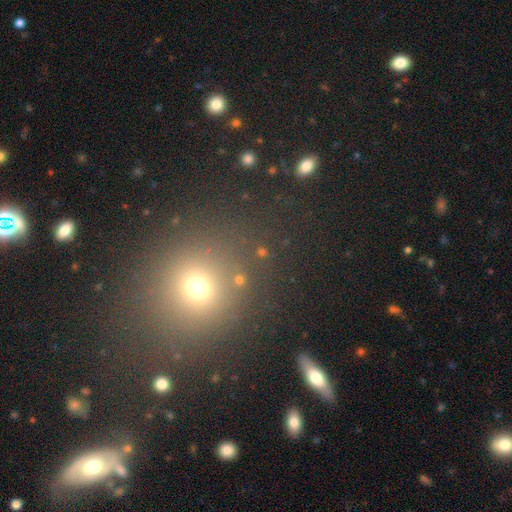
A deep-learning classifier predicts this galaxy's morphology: Smooth or featured?
  - smooth: 57% *
  - star or artifact: 34%
  - featured or disk: 9%
How rounded?
  - round: 80% *
  - in between: 18%
  - cigar-shaped: 2%
Merging?
  - none: 82% *
  - minor disturbance: 9%
  - merger: 5%
  - major disturbance: 4%